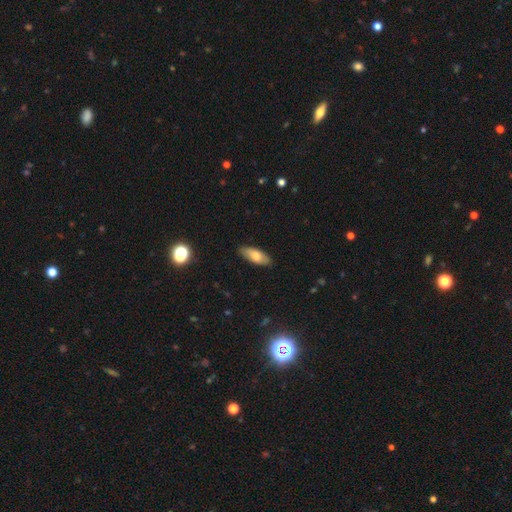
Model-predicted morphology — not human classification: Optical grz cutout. It shows a smooth galaxy with no disk features (73%) that is in between round and cigar-shaped (74%). Merging: none (86%).